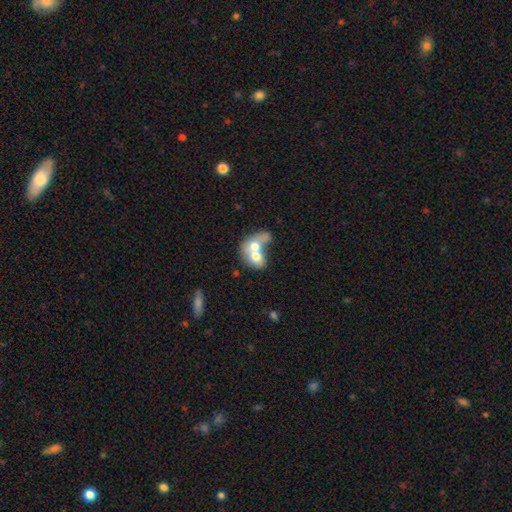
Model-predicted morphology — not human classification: smooth 61%, featured or disk 32%, star or artifact 7%. Down the decision tree: how rounded — in between (66%); merging — merger (79%).